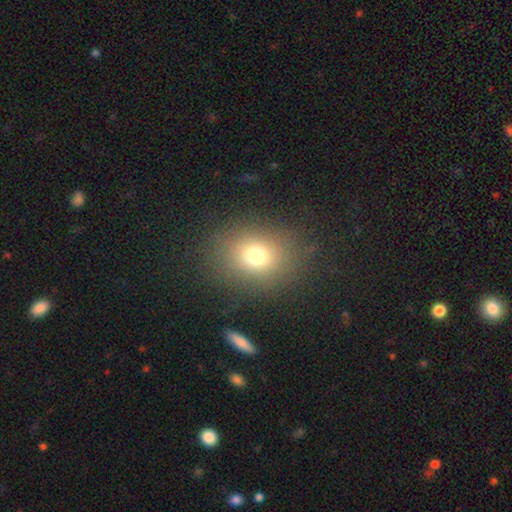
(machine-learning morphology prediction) Overall: smooth (74%). How rounded: round (55%; in between 44%). Merging: none (83%).